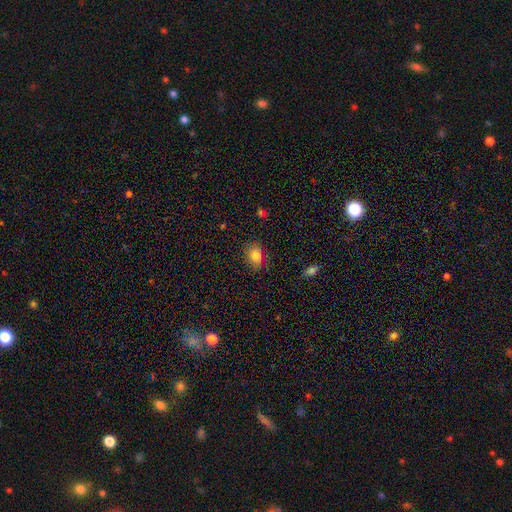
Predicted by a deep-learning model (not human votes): Smooth or featured? smooth (82%)
How rounded? in between (55%)
Merging? none (80%)